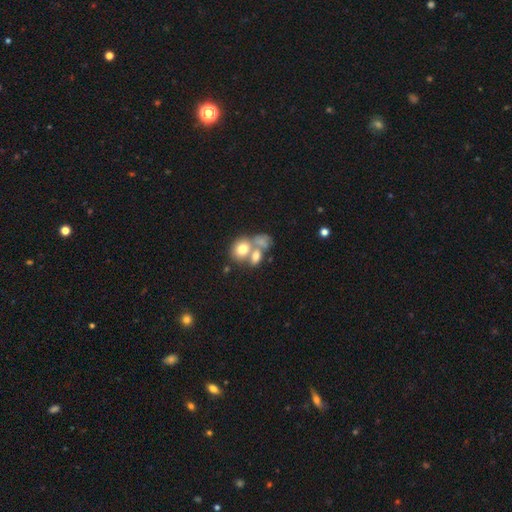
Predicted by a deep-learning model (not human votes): Smooth or featured? smooth (67%)
How rounded? in between (61%)
Merging? merger (56%)